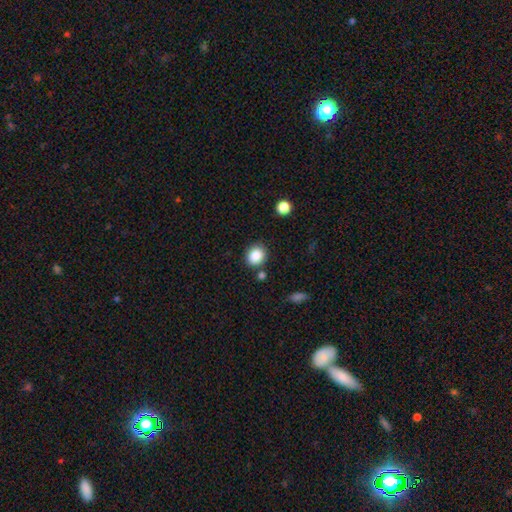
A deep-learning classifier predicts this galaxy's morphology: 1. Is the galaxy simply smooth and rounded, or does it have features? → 86% smooth, 9% star or artifact, 4% featured or disk.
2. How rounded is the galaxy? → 71% round, 28% in between, 1% cigar-shaped.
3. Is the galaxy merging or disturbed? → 81% none, 11% minor disturbance, 6% merger, 3% major disturbance.